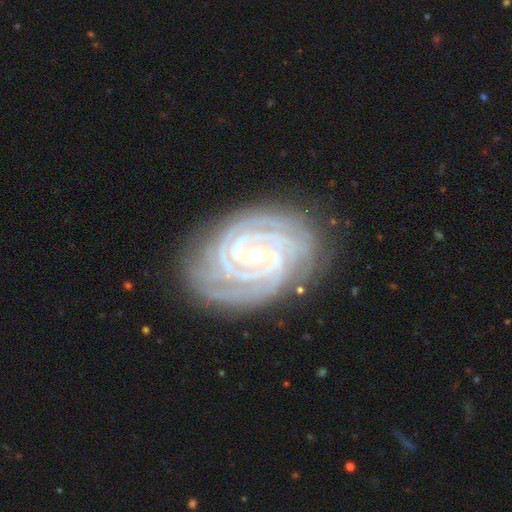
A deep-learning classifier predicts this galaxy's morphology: smooth_or_featured: featured or disk (p=0.92) [alt: star or artifact p=0.04]
disk_edge_on: no (p=0.97) [alt: yes p=0.03]
bar: no (p=0.56) [alt: weak p=0.27]
has_spiral_arms: yes (p=0.98) [alt: no p=0.02]
spiral_winding: tight (p=0.86) [alt: medium p=0.13]
spiral_arm_count: 3 (p=0.28) [alt: 4 p=0.20]
bulge_size: moderate (p=0.61) [alt: small p=0.34]
merging: none (p=0.80) [alt: minor disturbance p=0.15]